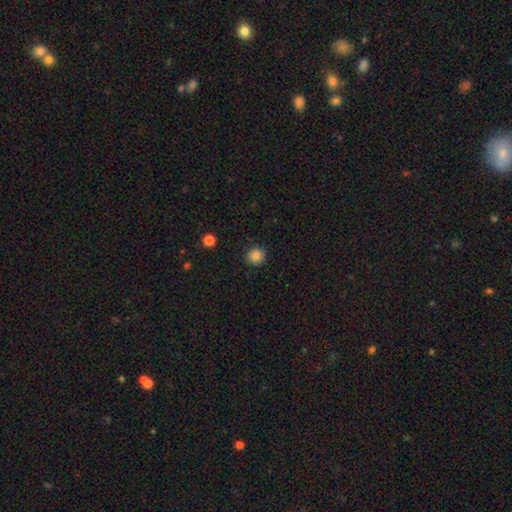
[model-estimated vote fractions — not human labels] This is clearly a smooth galaxy (85%). How rounded: clearly round (92%). Merging: clearly none (91%).